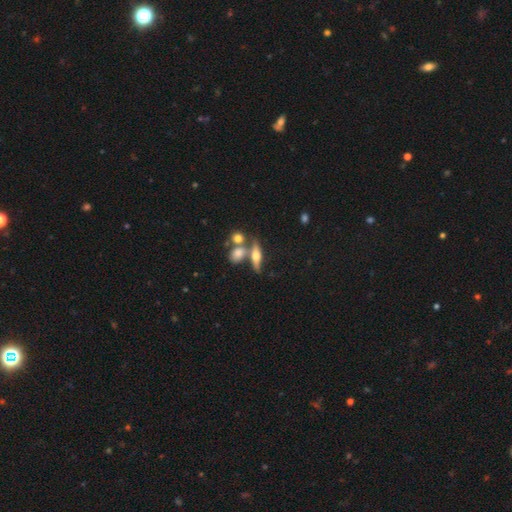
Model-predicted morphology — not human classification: Overall: featured or disk (53%; smooth 38%). Edge-on disk: yes (87%). Merging: none (60%; merger 25%).